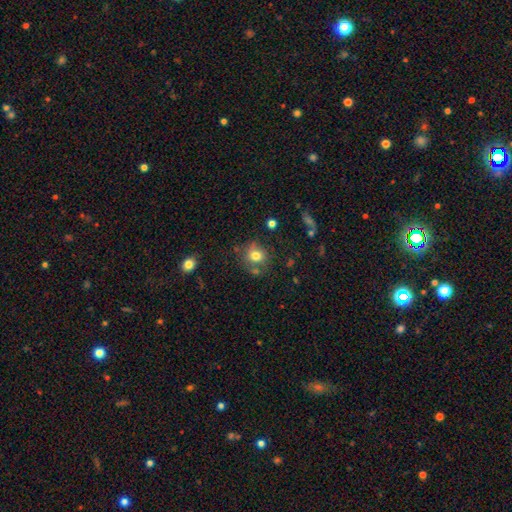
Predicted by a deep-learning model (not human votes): The model was most divided on "merging": none: 70%, minor disturbance: 16%, merger: 9%, major disturbance: 5%. More confident: how rounded — round (82%); smooth or featured — smooth (77%).